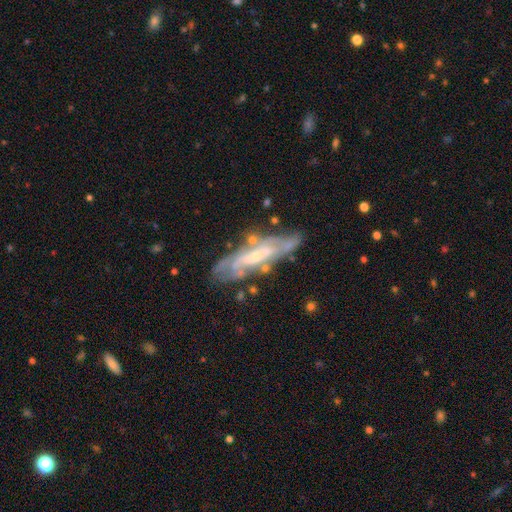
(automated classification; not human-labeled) Overall: featured or disk (76%). Edge-on disk: no (70%; yes 30%). Bar: no (56%; weak 31%). Spiral arms: yes (75%). Bulge size: small (68%). Merging: none (69%).